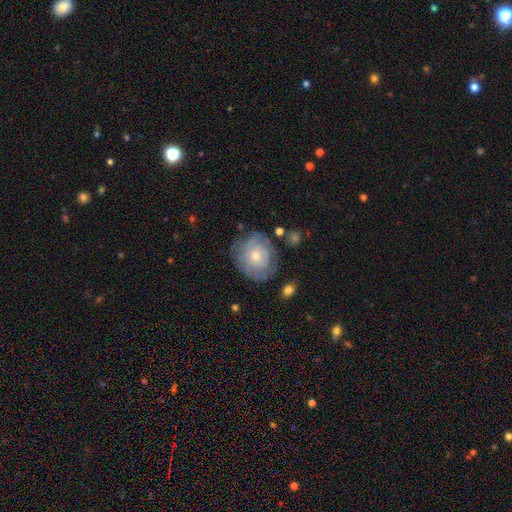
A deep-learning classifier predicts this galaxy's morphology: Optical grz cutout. It shows a featured or disk galaxy (47%). Merging: none (72%).